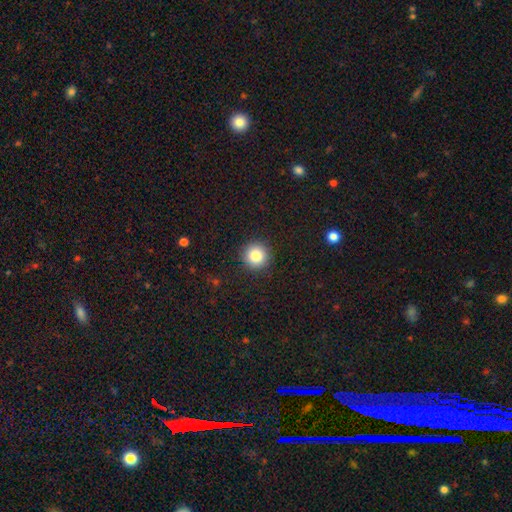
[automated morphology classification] This appears to be a smooth galaxy with no disk features (84%) that is round (96%). Merging: none (92%).